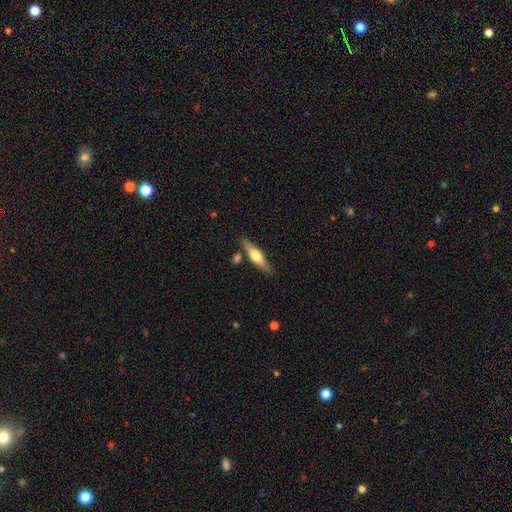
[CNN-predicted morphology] smooth-or-featured: featured or disk: 63% | smooth: 31% | star or artifact: 6%
  disk-edge-on: yes: 96% | no: 4%
    edge-on-bulge: rounded: 92% | boxy: 5% | none: 2%
  merging: none: 80% | minor disturbance: 10% | merger: 7% | major disturbance: 2%